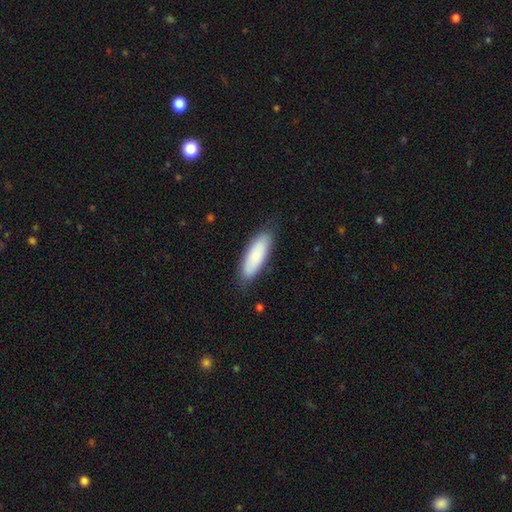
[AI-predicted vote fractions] Q: Smooth or featured?
A: smooth (82%); runner-up: featured or disk (12%)
Q: How rounded?
A: in between (59%); runner-up: cigar-shaped (39%)
Q: Merging?
A: none (84%); runner-up: minor disturbance (12%)